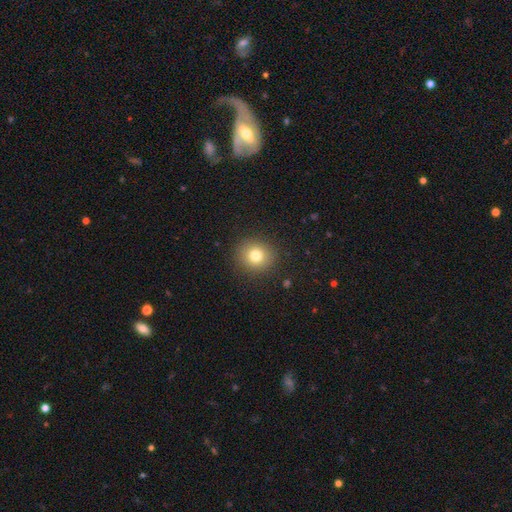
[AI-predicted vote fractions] Morphology: type=smooth (78%); roundness=round (87%); merging=none (90%).